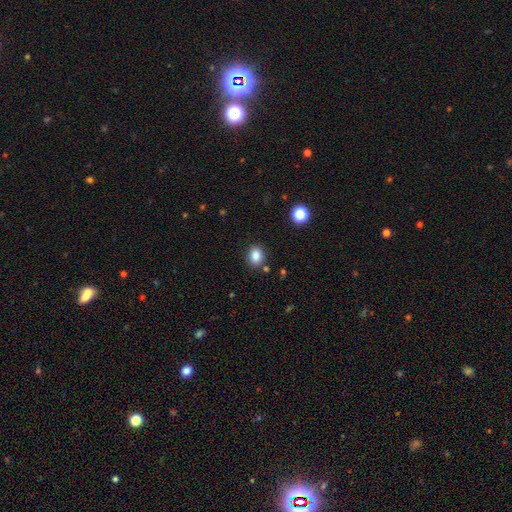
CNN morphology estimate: smooth-or-featured: smooth: 85% | star or artifact: 10% | featured or disk: 5%
  how-rounded: in between: 56% | round: 43% | cigar-shaped: 1%
  merging: none: 84% | minor disturbance: 9% | merger: 3% | major disturbance: 3%